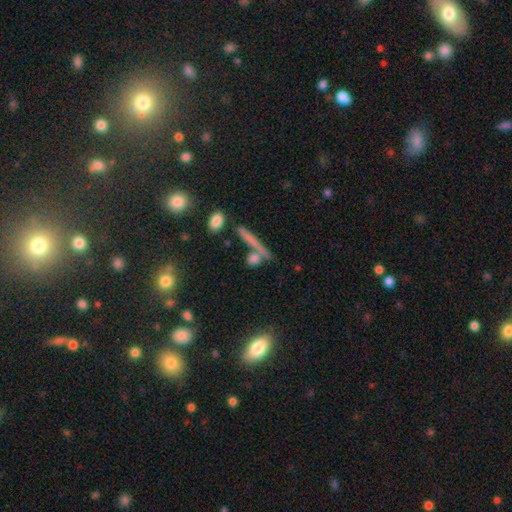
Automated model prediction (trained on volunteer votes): Q: Smooth or featured?
A: smooth (69%); runner-up: featured or disk (20%)
Q: How rounded?
A: cigar-shaped (51%); runner-up: round (27%)
Q: Merging?
A: none (61%); runner-up: merger (23%)